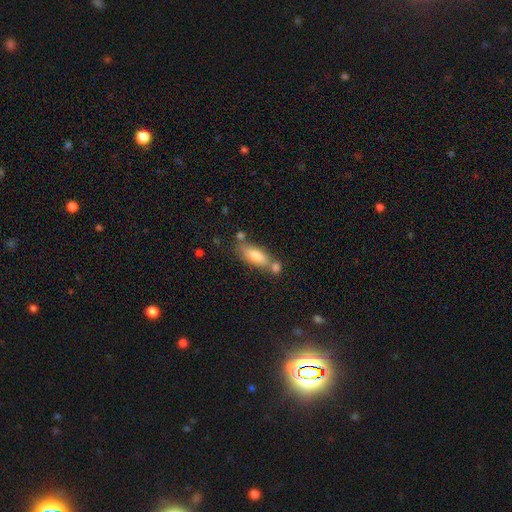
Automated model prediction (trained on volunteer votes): Overall: smooth (75%). How rounded: in between (69%; cigar-shaped 29%). Merging: none (55%; merger 27%).